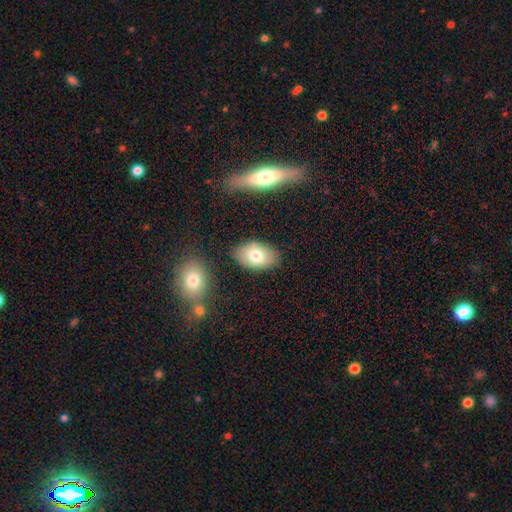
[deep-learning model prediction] The model was most divided on "smooth or featured": smooth: 76%, featured or disk: 16%, star or artifact: 8%. More confident: how rounded — in between (90%); merging — none (83%).